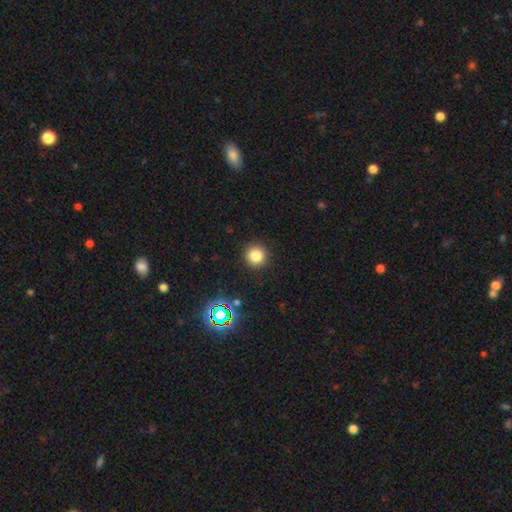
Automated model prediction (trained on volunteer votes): Q: Smooth or featured?
A: smooth (80%); runner-up: star or artifact (15%)
Q: How rounded?
A: round (95%); runner-up: in between (4%)
Q: Merging?
A: none (91%); runner-up: minor disturbance (6%)